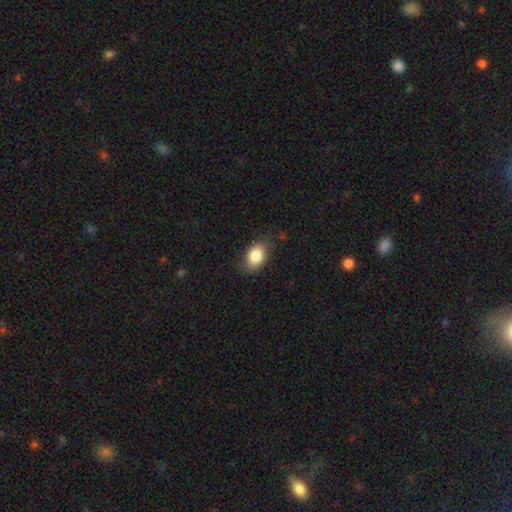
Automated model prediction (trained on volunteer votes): smooth 84%, featured or disk 8%, star or artifact 8%. Down the decision tree: how rounded — in between (83%); merging — none (77%).